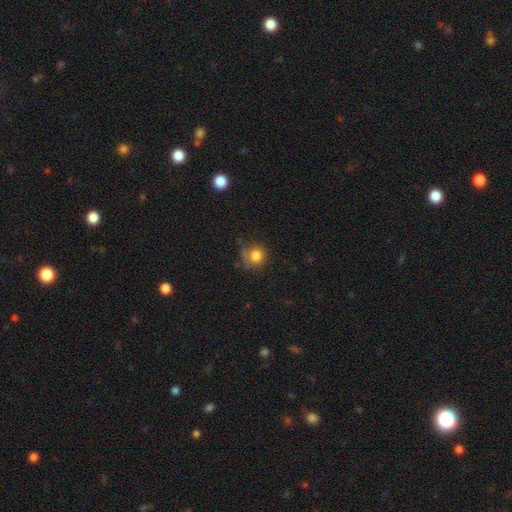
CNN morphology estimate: Q: Smooth or featured?
A: smooth (81%); runner-up: star or artifact (11%)
Q: How rounded?
A: round (86%); runner-up: in between (13%)
Q: Merging?
A: none (62%); runner-up: minor disturbance (24%)